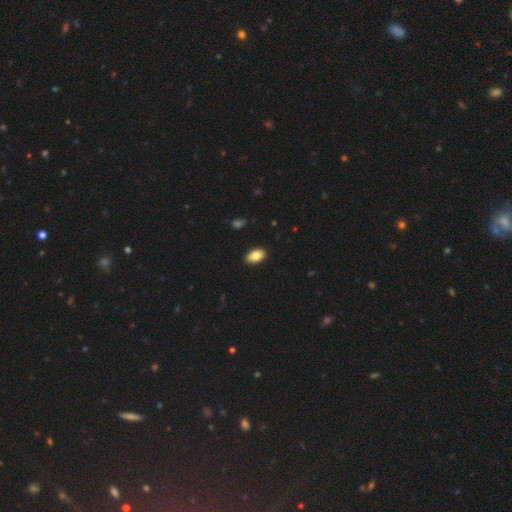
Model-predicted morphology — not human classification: Overall: smooth (85%). How rounded: in between (93%). Merging: none (90%).